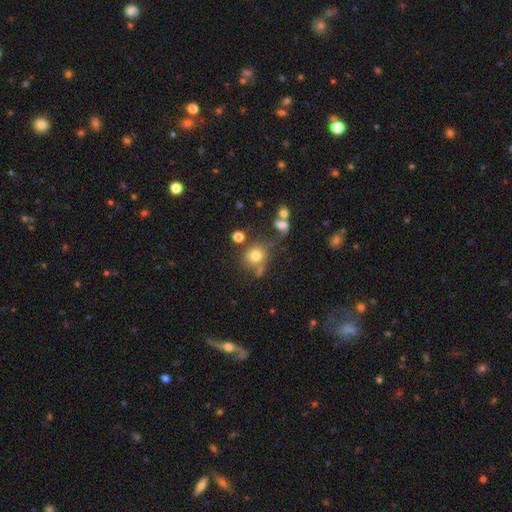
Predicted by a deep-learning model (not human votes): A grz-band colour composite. It shows a smooth galaxy with no disk features (73%) that is round (83%). Merging: none (50%).